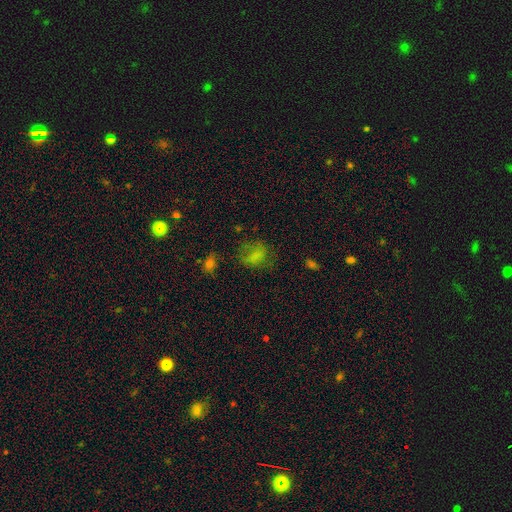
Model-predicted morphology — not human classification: smooth_or_featured: smooth (p=0.66) [alt: star or artifact p=0.17]
how_rounded: in between (p=0.56) [alt: round p=0.43]
merging: none (p=0.54) [alt: minor disturbance p=0.23]